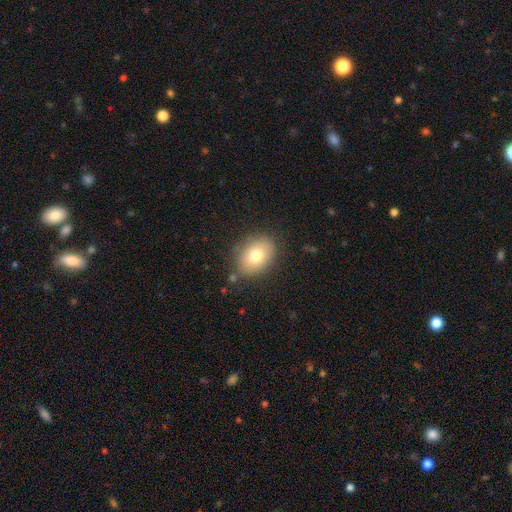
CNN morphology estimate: This appears to be a smooth galaxy with no disk features (77%) that is in between round and cigar-shaped (74%). Merging: none (82%).